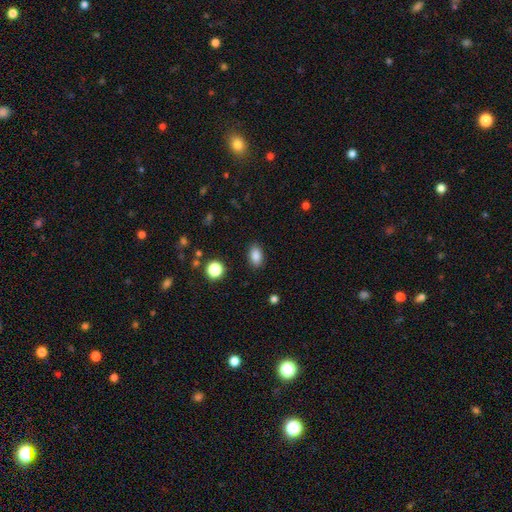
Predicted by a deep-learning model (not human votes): The model was most divided on "smooth or featured": smooth: 86%, star or artifact: 10%, featured or disk: 4%. More confident: merging — none (88%); how rounded — in between (87%).